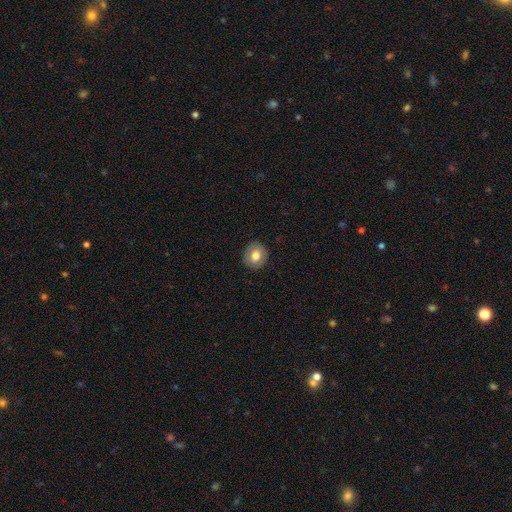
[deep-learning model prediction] This appears to be a smooth galaxy with no disk features (73%) that is round (80%). Merging: none (88%).